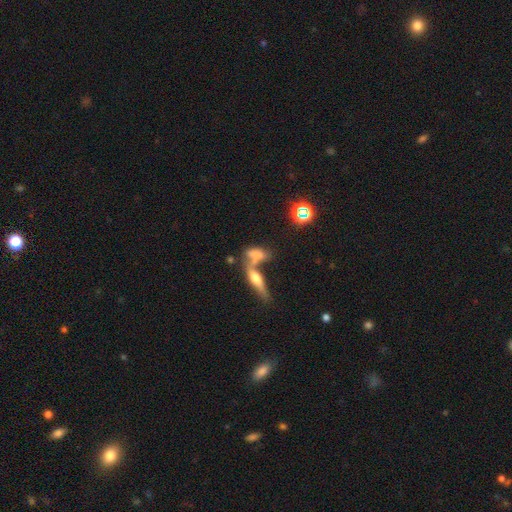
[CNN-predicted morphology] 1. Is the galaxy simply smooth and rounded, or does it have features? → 48% smooth, 37% featured or disk, 15% star or artifact.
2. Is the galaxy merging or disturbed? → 51% merger, 34% none, 10% minor disturbance, 5% major disturbance.